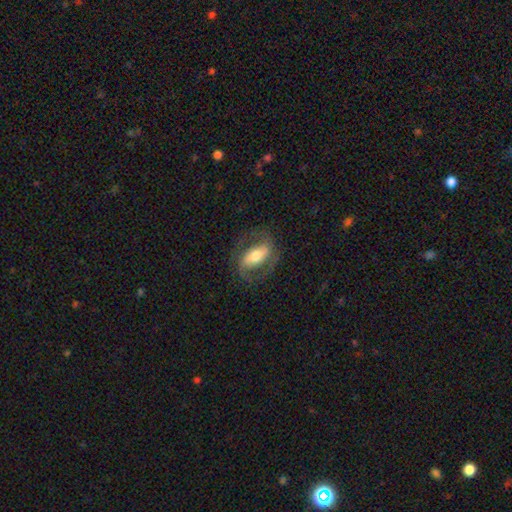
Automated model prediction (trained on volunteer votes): A featured or disk galaxy (71%) with a strong bar (53%), 2 (87%) medium (51%) spiral arms (80%) and a moderate central bulge (60%). Merging: none (75%).